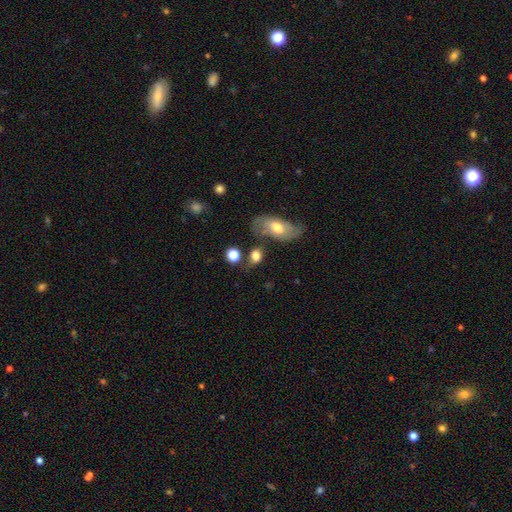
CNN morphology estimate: smooth_or_featured: smooth (p=0.76) [alt: featured or disk p=0.14]
how_rounded: in between (p=0.59) [alt: round p=0.38]
merging: none (p=0.60) [alt: minor disturbance p=0.18]